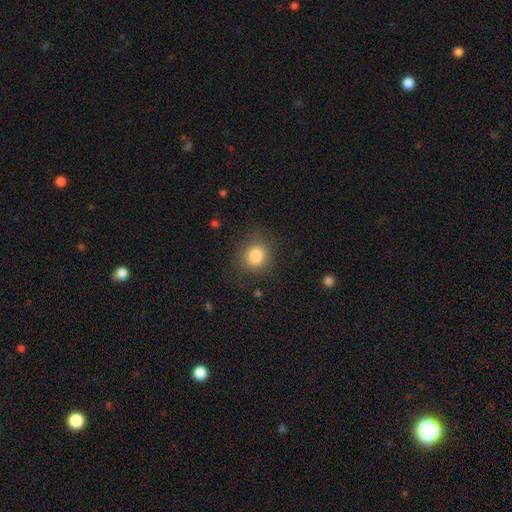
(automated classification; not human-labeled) Smooth or featured? smooth (85%)
How rounded? round (79%)
Merging? none (83%)